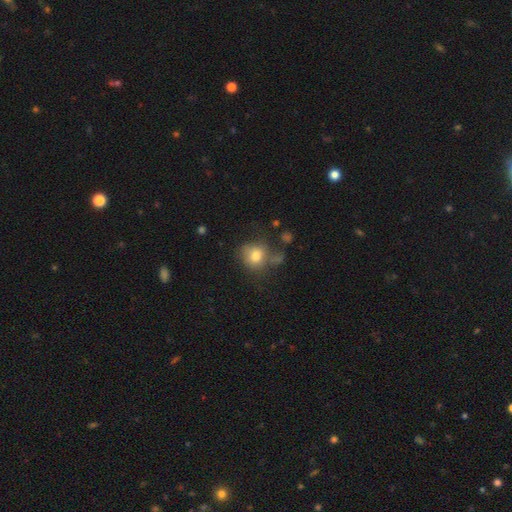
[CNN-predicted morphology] smooth-or-featured: smooth: 76% | featured or disk: 13% | star or artifact: 11%
  how-rounded: round: 73% | in between: 26% | cigar-shaped: 1%
  merging: none: 51% | minor disturbance: 24% | major disturbance: 15% | merger: 10%